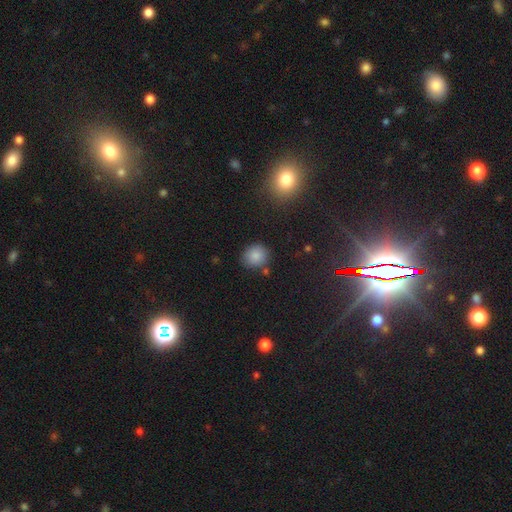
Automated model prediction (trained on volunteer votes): smooth-or-featured: smooth: 84% | star or artifact: 11% | featured or disk: 5%
  how-rounded: round: 79% | in between: 20% | cigar-shaped: 1%
  merging: none: 75% | minor disturbance: 15% | merger: 6% | major disturbance: 4%